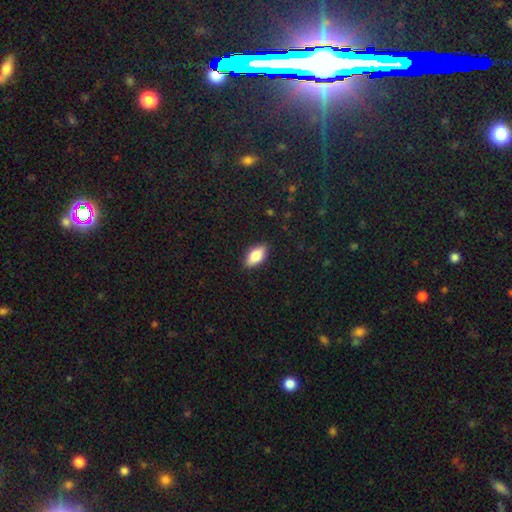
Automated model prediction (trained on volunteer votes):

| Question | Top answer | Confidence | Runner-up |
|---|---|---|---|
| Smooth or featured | smooth | 77% | featured or disk (16%) |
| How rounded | in between | 89% | cigar-shaped (7%) |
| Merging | none | 87% | minor disturbance (10%) |